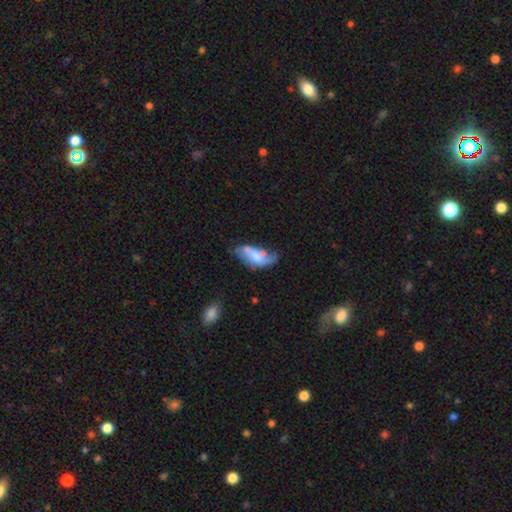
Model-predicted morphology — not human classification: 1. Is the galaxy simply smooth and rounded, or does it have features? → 47% featured or disk, 45% smooth, 8% star or artifact.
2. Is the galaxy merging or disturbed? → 32% none, 31% minor disturbance, 26% major disturbance, 11% merger.